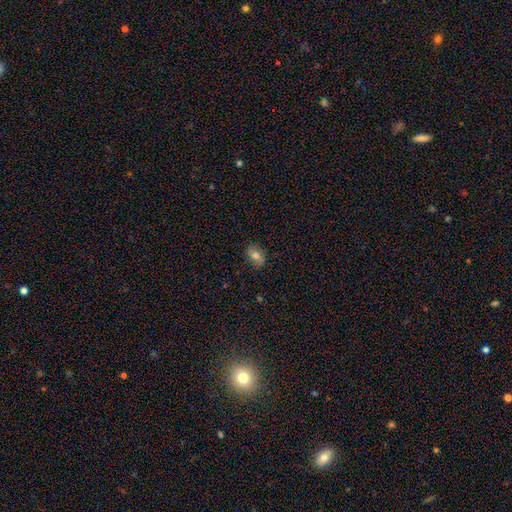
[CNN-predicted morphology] Smooth or featured: smooth — 74% (featured or disk — 16%)
How rounded: in between — 78% (round — 20%)
Merging: none — 83% (minor disturbance — 13%)